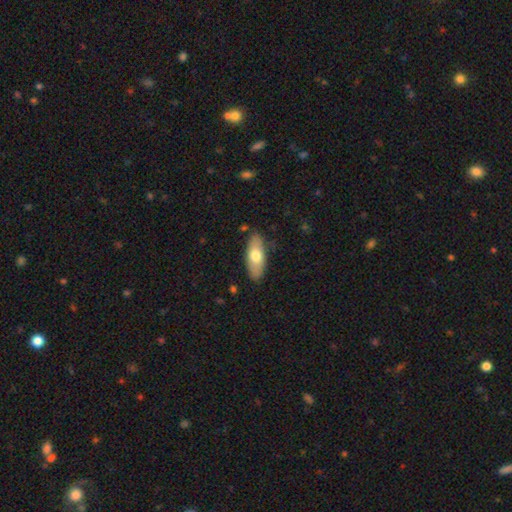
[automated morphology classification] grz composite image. It shows a smooth galaxy with no disk features (68%) that is in between round and cigar-shaped (79%). Merging: none (84%).